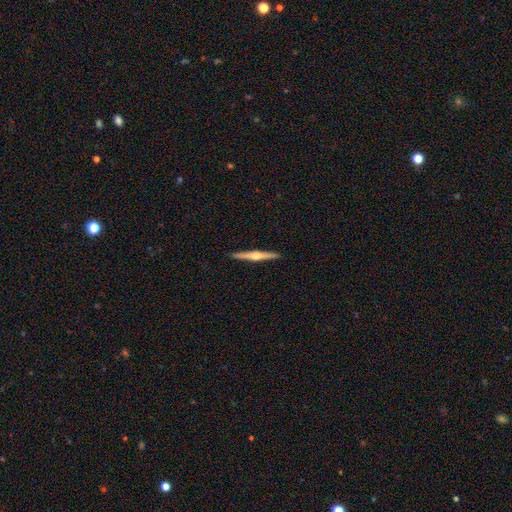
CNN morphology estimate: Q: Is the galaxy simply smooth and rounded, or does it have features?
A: featured or disk — 75%.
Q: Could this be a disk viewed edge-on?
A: yes — 99%.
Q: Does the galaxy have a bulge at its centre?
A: rounded — 90%.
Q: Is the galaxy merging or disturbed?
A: none — 93%.